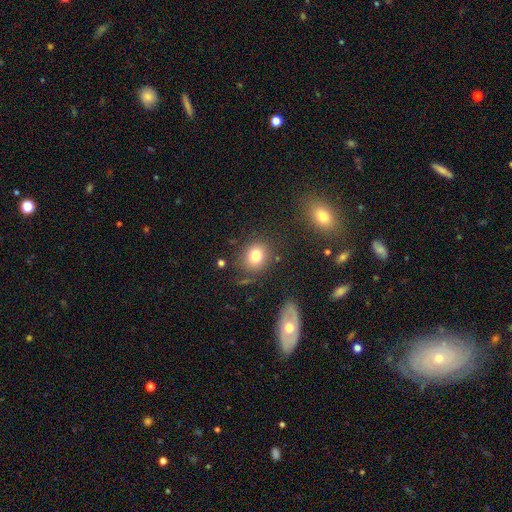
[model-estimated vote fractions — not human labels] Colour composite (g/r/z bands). It shows a smooth galaxy with no disk features (80%) that is round (72%). Merging: none (80%).